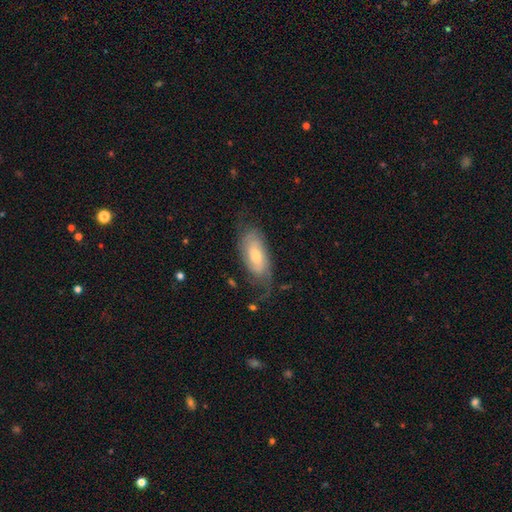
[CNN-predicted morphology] Smooth or featured: featured or disk — 60% (smooth — 33%)
Edge-on disk: no — 88% (yes — 12%)
Bar: no — 64% (weak — 29%)
Spiral arms: yes — 84% (no — 16%)
Bulge size: moderate — 60% (small — 31%)
Merging: none — 59% (minor disturbance — 24%)